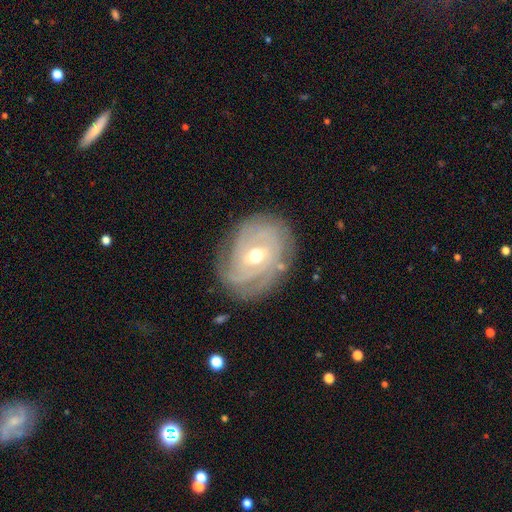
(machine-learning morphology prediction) type=featured or disk (84%); edge-on=no (96%); bar=no (47%); spiral arms=yes (93%); winding=tight (70%); arm count=can't tell (29%); bulge=moderate (65%); merging=none (76%).